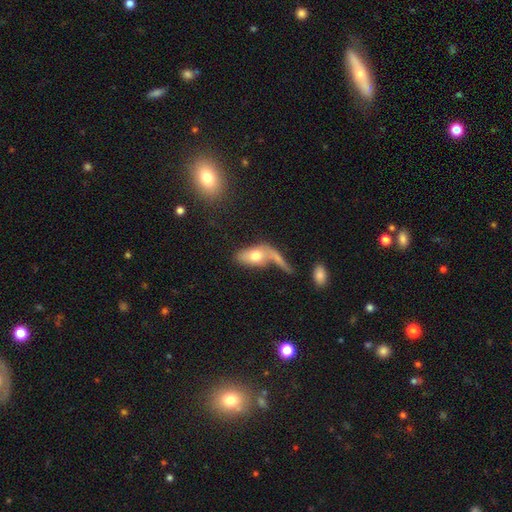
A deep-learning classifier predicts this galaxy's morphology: The model was most divided on "merging": merger: 38%, none: 29%, major disturbance: 18%, minor disturbance: 14%. More confident: how rounded — in between (86%); smooth or featured — smooth (65%).